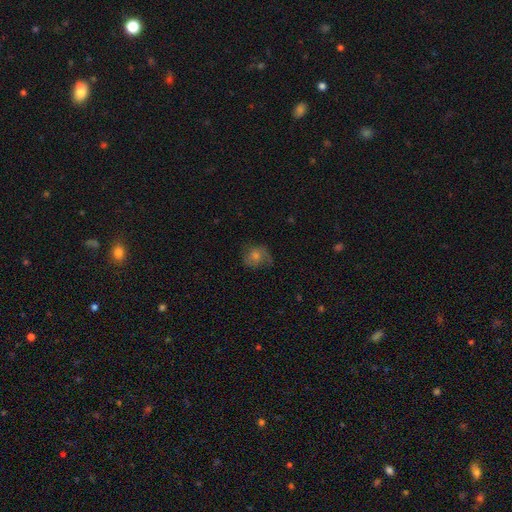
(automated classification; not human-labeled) Smooth or featured: smooth — 44% (featured or disk — 41%)
Merging: none — 64% (minor disturbance — 22%)